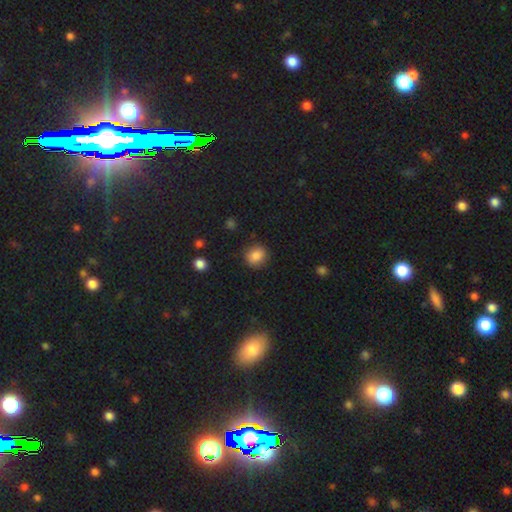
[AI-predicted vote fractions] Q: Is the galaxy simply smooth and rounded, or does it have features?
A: smooth — 86%.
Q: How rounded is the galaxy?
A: round — 76%.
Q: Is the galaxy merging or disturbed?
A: none — 86%.